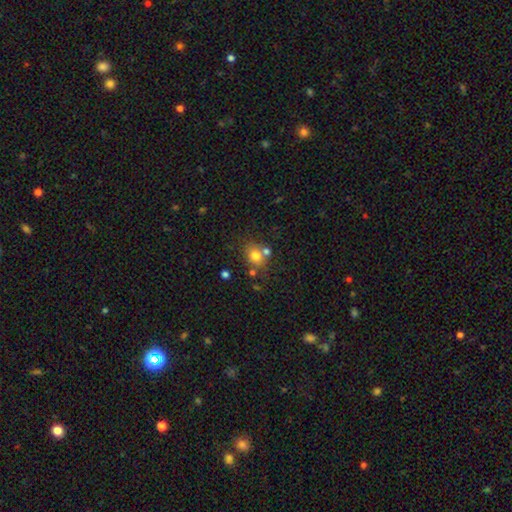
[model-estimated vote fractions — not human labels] Q: Smooth or featured?
A: smooth (76%); runner-up: star or artifact (12%)
Q: How rounded?
A: round (57%); runner-up: in between (42%)
Q: Merging?
A: none (60%); runner-up: merger (22%)